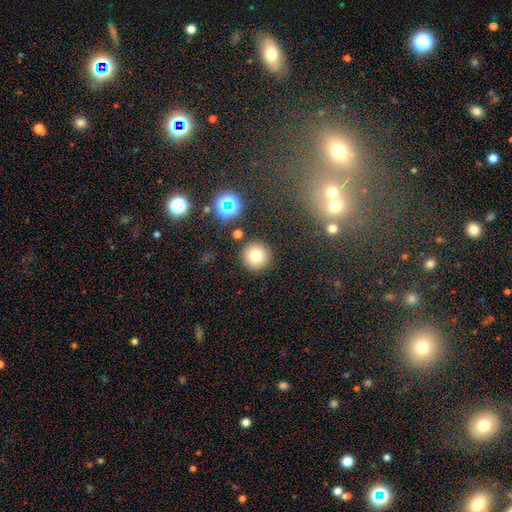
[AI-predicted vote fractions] Overall: smooth (76%). How rounded: round (96%). Merging: none (88%).